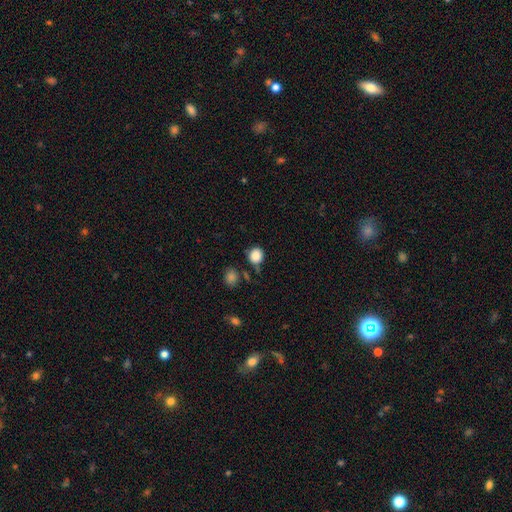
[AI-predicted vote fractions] Smooth or featured? smooth (87%)
How rounded? round (86%)
Merging? none (72%)